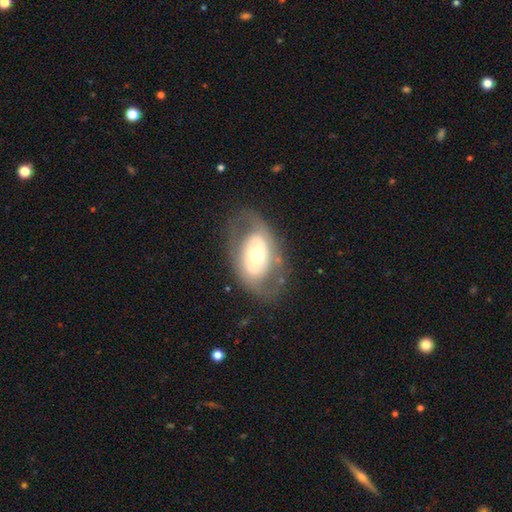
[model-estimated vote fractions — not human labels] The model was most divided on "spiral arms": no: 64%, yes: 36%. More confident: edge-on disk — no (92%); merging — none (68%); smooth or featured — featured or disk (61%); bar — no (57%); bulge size — moderate (56%).